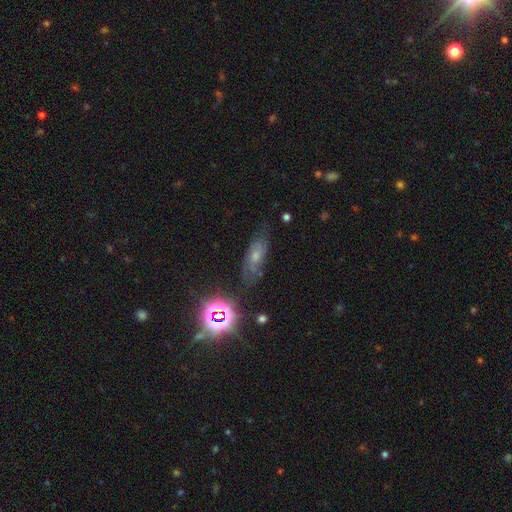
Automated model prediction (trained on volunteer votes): smooth 41%, featured or disk 36%, star or artifact 22%. Down the decision tree: merging — none (60%).